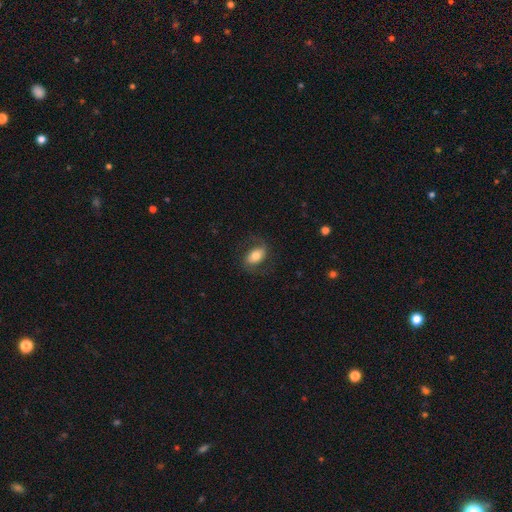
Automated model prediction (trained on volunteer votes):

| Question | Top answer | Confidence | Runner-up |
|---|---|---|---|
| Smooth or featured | smooth | 54% | featured or disk (39%) |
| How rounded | in between | 87% | round (10%) |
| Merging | none | 72% | minor disturbance (17%) |